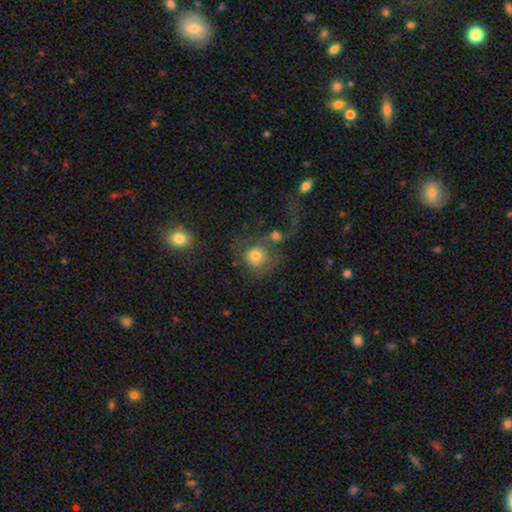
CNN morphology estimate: This is possibly a smooth galaxy (55%). How rounded: likely round (75%). Merging: marginally merger (43%).